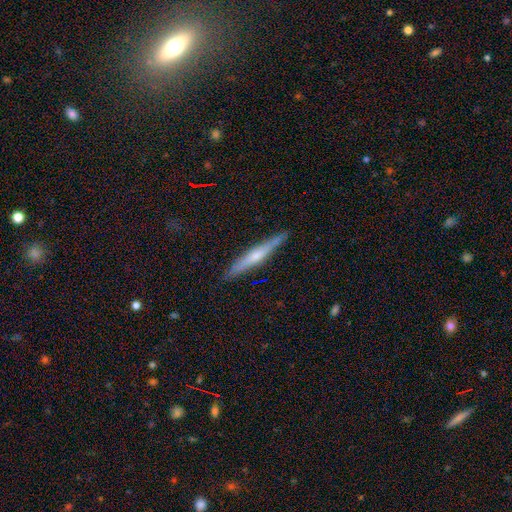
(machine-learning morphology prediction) A featured or disk galaxy (57%) viewed edge-on (96%) with a rounded central bulge (63%). Merging: none (88%).